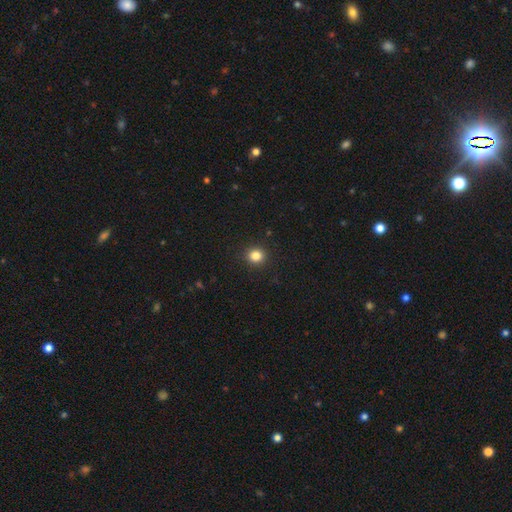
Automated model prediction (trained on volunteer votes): smooth 83%, star or artifact 12%, featured or disk 4%. Down the decision tree: how rounded — round (88%); merging — none (92%).